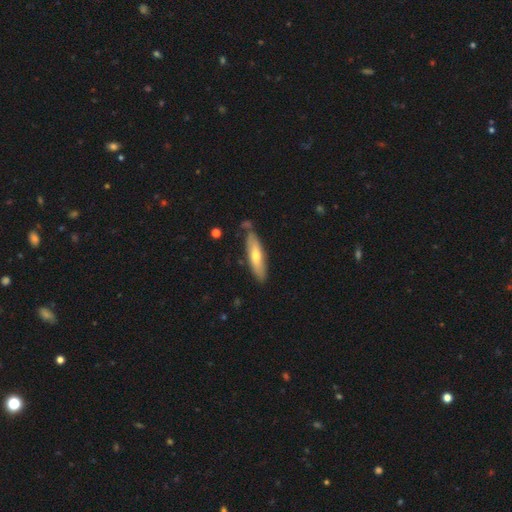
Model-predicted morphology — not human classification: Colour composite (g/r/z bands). It shows a smooth galaxy with no disk features (56%) that is cigar-shaped (71%). Merging: none (76%).